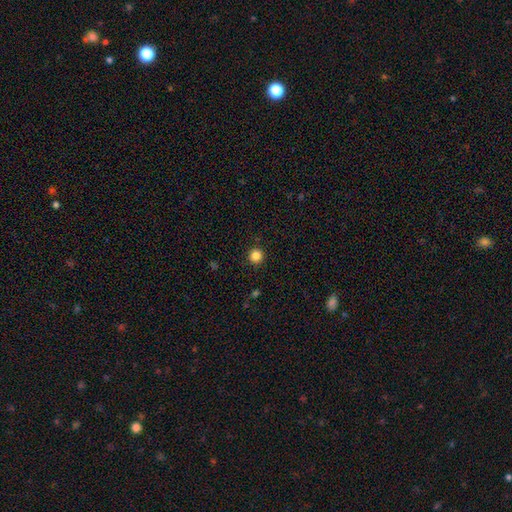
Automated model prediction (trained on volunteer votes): smooth_or_featured: smooth (p=0.85) [alt: star or artifact p=0.12]
how_rounded: round (p=0.95) [alt: in between p=0.04]
merging: none (p=0.92) [alt: minor disturbance p=0.05]